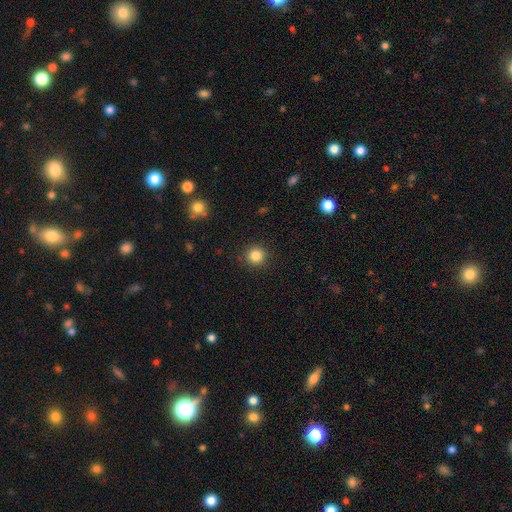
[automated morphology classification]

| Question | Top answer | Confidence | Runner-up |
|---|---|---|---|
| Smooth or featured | smooth | 84% | star or artifact (11%) |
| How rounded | round | 93% | in between (6%) |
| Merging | none | 91% | minor disturbance (6%) |